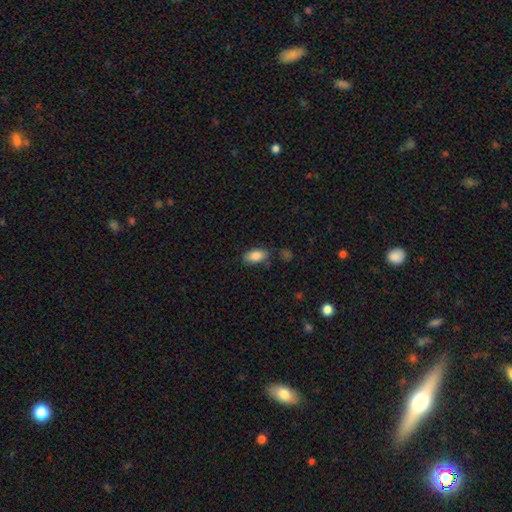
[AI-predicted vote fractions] A smooth galaxy with no disk features (87%) that is in between round and cigar-shaped (92%).

Vote fractions:
- Smooth or featured? smooth: 87% / star or artifact: 7% / featured or disk: 6%
- How rounded? in between: 92% / cigar-shaped: 4% / round: 4%
- Merging? none: 78% / minor disturbance: 15% / major disturbance: 4% / merger: 3%